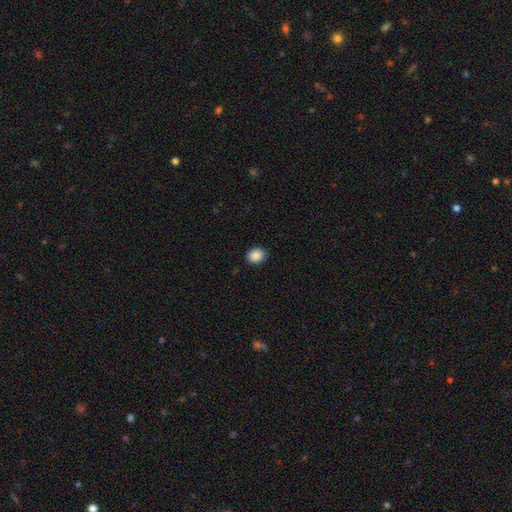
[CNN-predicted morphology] type=smooth (89%); roundness=round (50%); merging=none (87%).